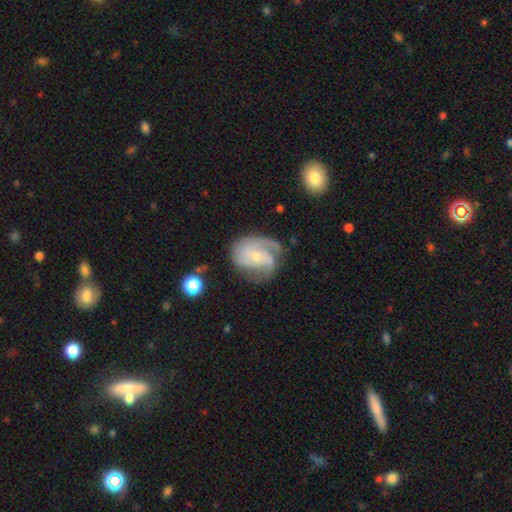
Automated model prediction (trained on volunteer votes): smooth-or-featured: featured or disk: 81% | smooth: 13% | star or artifact: 6%
  disk-edge-on: no: 97% | yes: 3%
    bar: no: 53% | weak: 37% | strong: 10%
    has-spiral-arms: yes: 93% | no: 7%
      spiral-winding: medium: 42% | tight: 40% | loose: 18%
      spiral-arm-count: 2: 39% | 3: 20% | can't tell: 19% | 1: 15% | 4: 4% | more than 4: 3%
    bulge-size: small: 65% | moderate: 31% | none: 2% | large: 1% | dominant: 1%
  merging: none: 53% | minor disturbance: 25% | major disturbance: 19% | merger: 3%